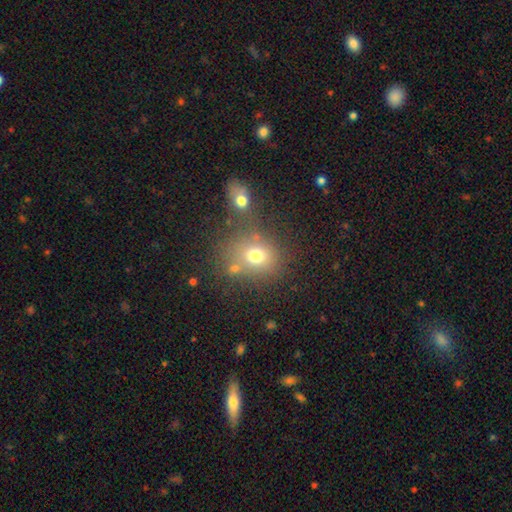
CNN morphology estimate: A smooth galaxy with no disk features (71%) that is round (68%). Merging: none (57%).